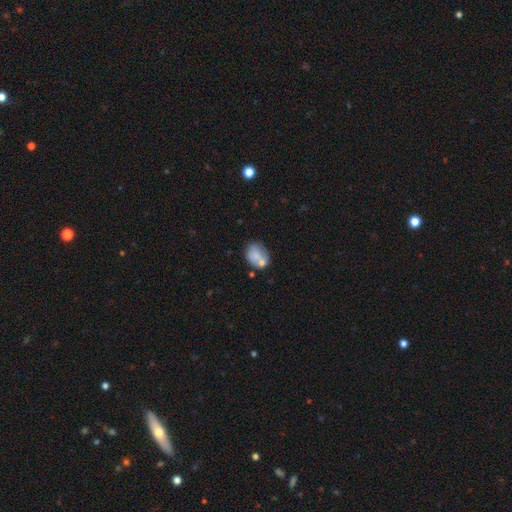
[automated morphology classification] smooth_or_featured: smooth (p=0.66) [alt: featured or disk p=0.25]
how_rounded: in between (p=0.59) [alt: round p=0.39]
merging: none (p=0.47) [alt: merger p=0.22]